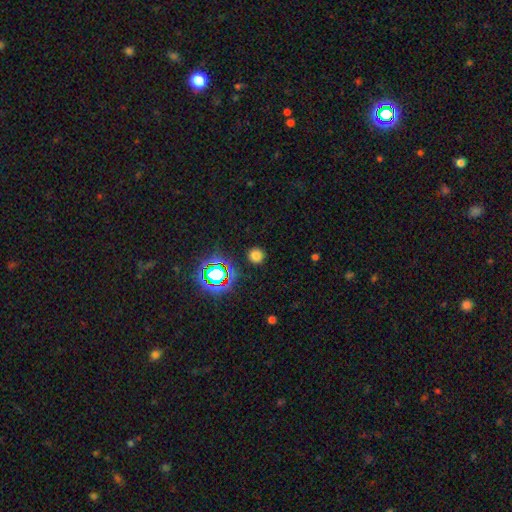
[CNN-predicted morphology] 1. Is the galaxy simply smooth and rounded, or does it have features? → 70% smooth, 23% star or artifact, 6% featured or disk.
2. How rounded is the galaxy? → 92% round, 7% in between, 1% cigar-shaped.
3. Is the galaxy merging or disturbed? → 89% none, 6% minor disturbance, 3% major disturbance, 2% merger.